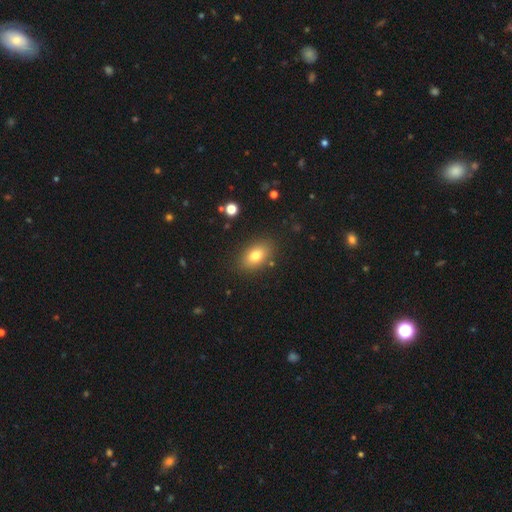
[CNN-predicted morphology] Overall: smooth (78%). How rounded: in between (85%). Merging: none (85%).